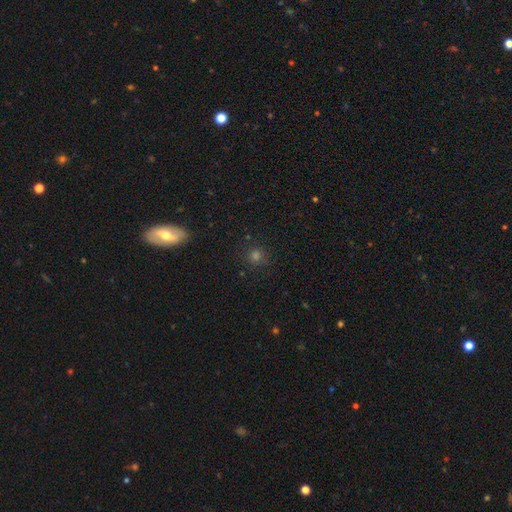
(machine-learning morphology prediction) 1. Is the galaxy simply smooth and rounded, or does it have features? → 67% smooth, 23% star or artifact, 10% featured or disk.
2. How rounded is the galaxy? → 88% round, 11% in between, 2% cigar-shaped.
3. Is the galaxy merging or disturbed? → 86% none, 9% minor disturbance, 3% major disturbance, 2% merger.